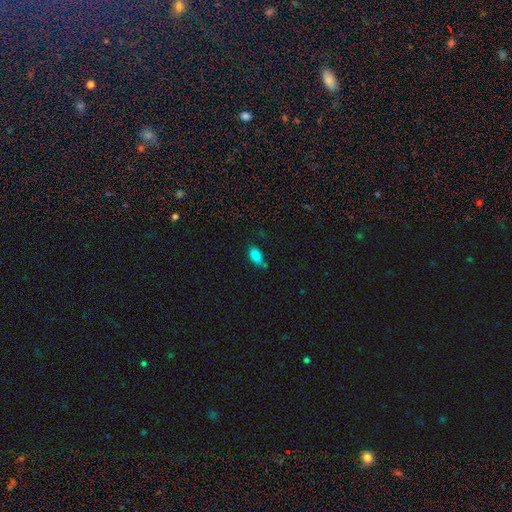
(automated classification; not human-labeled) Smooth or featured?
  - smooth: 84% *
  - star or artifact: 10%
  - featured or disk: 6%
How rounded?
  - in between: 91% *
  - cigar-shaped: 5%
  - round: 4%
Merging?
  - none: 59% *
  - minor disturbance: 28%
  - major disturbance: 7%
  - merger: 6%